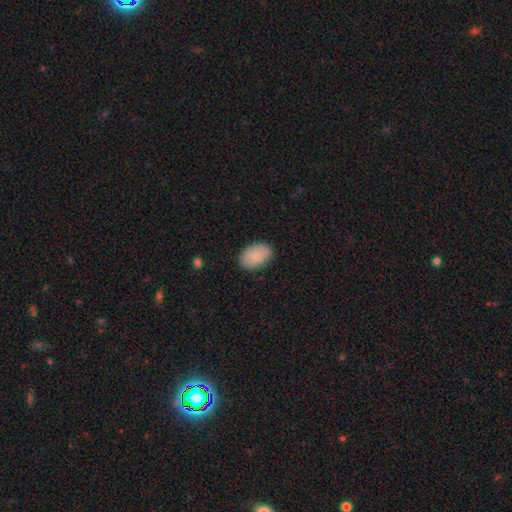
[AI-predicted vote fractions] The model was most divided on "merging": none: 86%, minor disturbance: 11%, major disturbance: 2%, merger: 1%. More confident: how rounded — in between (89%); smooth or featured — smooth (87%).